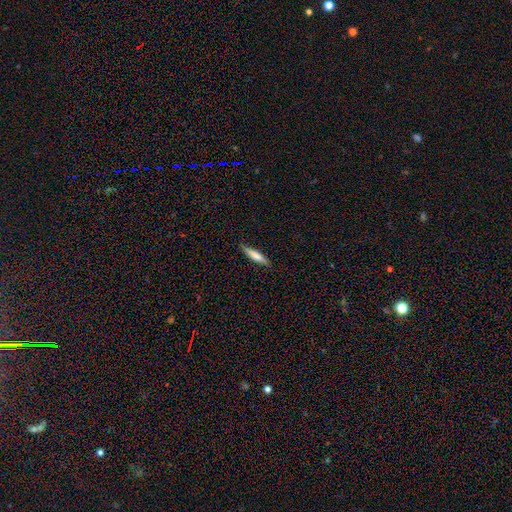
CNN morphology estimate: Overall: smooth (70%). How rounded: cigar-shaped (85%). Merging: none (84%).